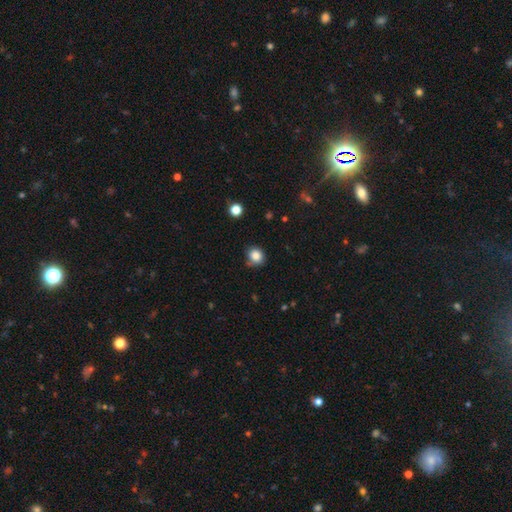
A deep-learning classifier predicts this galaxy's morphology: This is clearly a smooth galaxy (84%). How rounded: clearly round (82%). Merging: likely none (78%).